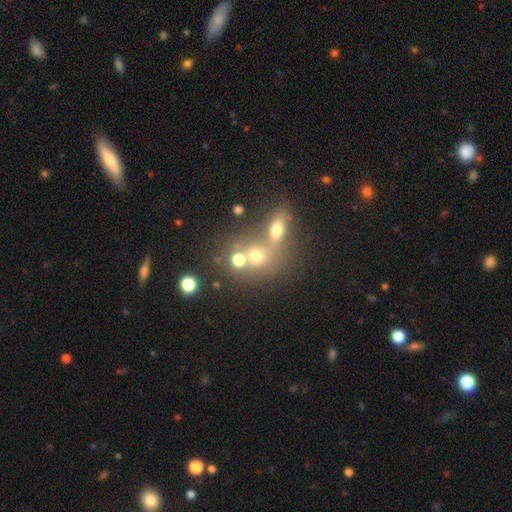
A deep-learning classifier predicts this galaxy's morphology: Smooth or featured?
  - smooth: 59% *
  - featured or disk: 21%
  - star or artifact: 20%
How rounded?
  - round: 66% *
  - in between: 31%
  - cigar-shaped: 3%
Merging?
  - merger: 52% *
  - none: 36%
  - minor disturbance: 8%
  - major disturbance: 5%